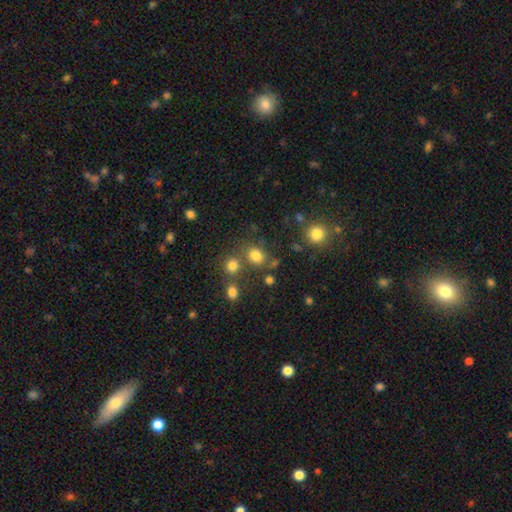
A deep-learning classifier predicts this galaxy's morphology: A smooth galaxy with no disk features (78%) that is round (65%). Merging: none (65%).